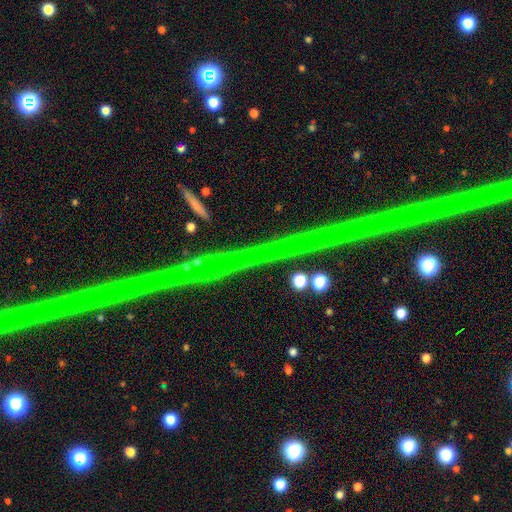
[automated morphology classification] smooth_or_featured: star or artifact (p=0.81) [alt: featured or disk p=0.15]